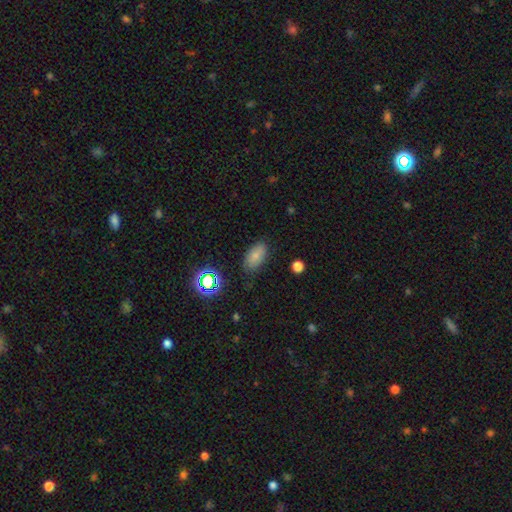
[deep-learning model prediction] smooth_or_featured: smooth (p=0.74) [alt: star or artifact p=0.13]
how_rounded: in between (p=0.90) [alt: round p=0.06]
merging: none (p=0.78) [alt: minor disturbance p=0.16]